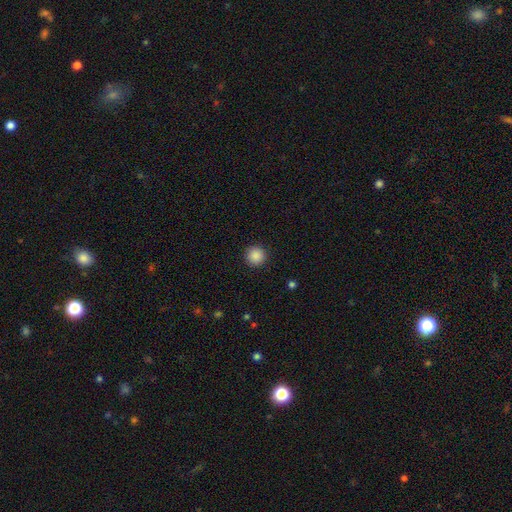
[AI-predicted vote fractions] smooth-or-featured: smooth: 88% | star or artifact: 9% | featured or disk: 3%
  how-rounded: round: 95% | in between: 4% | cigar-shaped: 1%
  merging: none: 92% | minor disturbance: 5% | major disturbance: 2% | merger: 1%